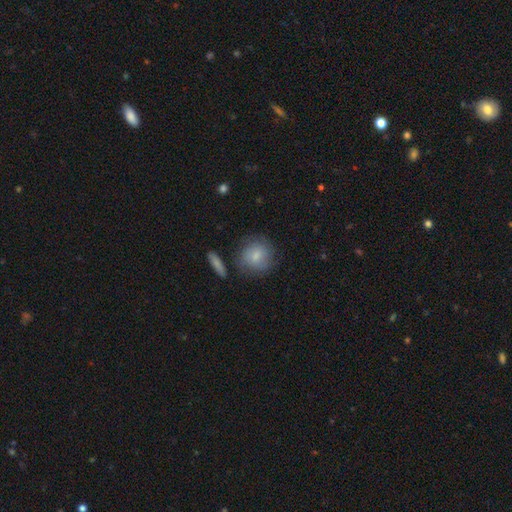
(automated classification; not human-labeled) A smooth galaxy with no disk features (78%) that is round (85%).

Vote fractions:
- Smooth or featured? smooth: 78% / featured or disk: 16% / star or artifact: 6%
- How rounded? round: 85% / in between: 13% / cigar-shaped: 1%
- Merging? none: 73% / minor disturbance: 16% / major disturbance: 6% / merger: 5%